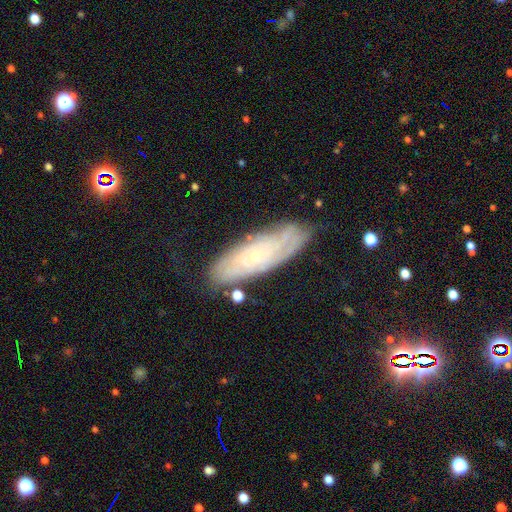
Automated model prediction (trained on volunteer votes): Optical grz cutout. It shows a featured or disk galaxy (68%) with no bar (81%), spiral arms (85%) and a small central bulge (85%). Merging: none (75%).